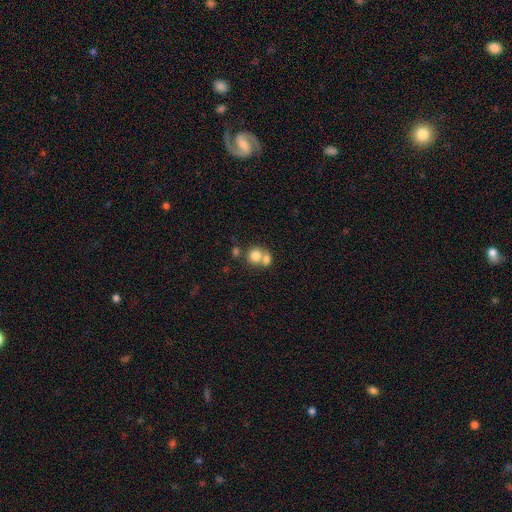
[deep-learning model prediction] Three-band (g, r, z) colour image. It shows a smooth galaxy with no disk features (77%) that is round (75%). Merging: merger (56%).